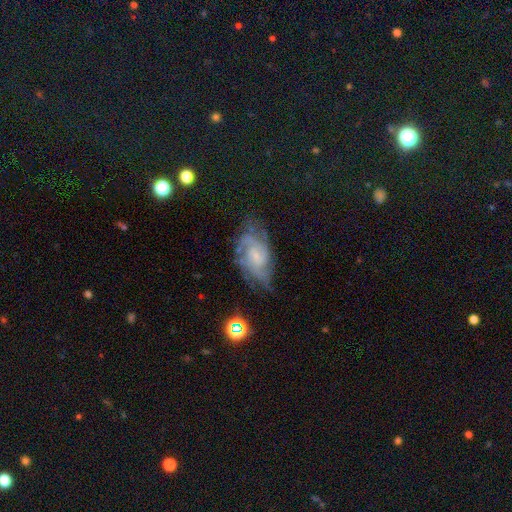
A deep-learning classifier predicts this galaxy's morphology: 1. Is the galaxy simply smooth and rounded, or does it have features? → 82% featured or disk, 10% smooth, 8% star or artifact.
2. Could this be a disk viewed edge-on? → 96% no, 4% yes.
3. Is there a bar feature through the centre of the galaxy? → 55% no, 38% weak, 7% strong.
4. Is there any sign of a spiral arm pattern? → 96% yes, 4% no.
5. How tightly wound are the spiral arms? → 50% tight, 40% medium, 9% loose.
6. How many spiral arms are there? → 31% 2, 27% can't tell, 21% 3, 10% 4, 5% 1, 5% more than 4.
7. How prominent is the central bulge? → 70% small, 17% moderate, 10% none, 1% large, 1% dominant.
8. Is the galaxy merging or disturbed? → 65% none, 22% minor disturbance, 11% major disturbance, 2% merger.